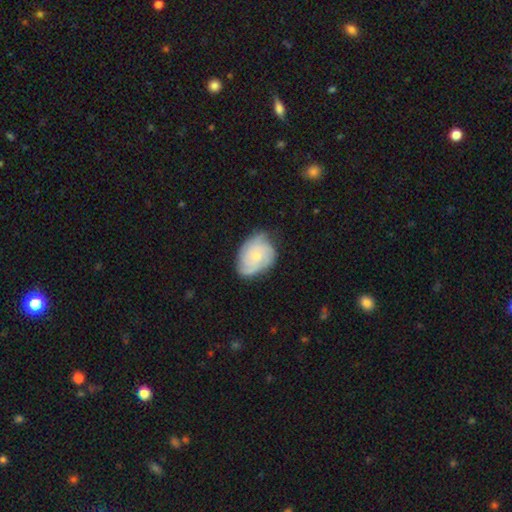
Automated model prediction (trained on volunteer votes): Overall: featured or disk (61%; smooth 33%). Edge-on disk: no (97%). Bar: no (82%). Spiral arms: yes (88%). Spiral arm count: 3 (33%; can't tell 29%). Spiral winding: tight (54%; medium 34%). Bulge size: small (60%; moderate 35%). Merging: none (60%; minor disturbance 30%).